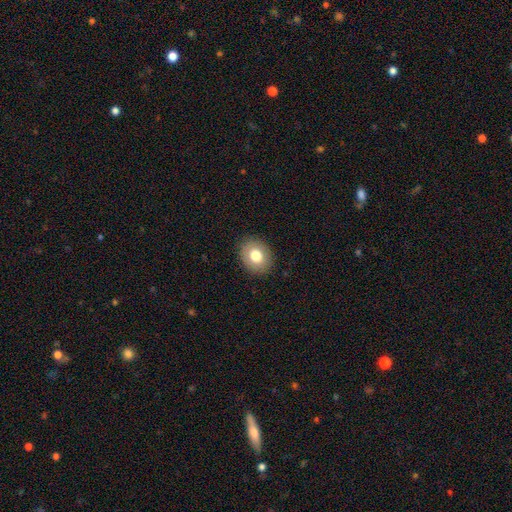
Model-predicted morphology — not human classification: Q: Smooth or featured?
A: smooth (78%); runner-up: featured or disk (13%)
Q: How rounded?
A: round (51%); runner-up: in between (49%)
Q: Merging?
A: none (89%); runner-up: minor disturbance (8%)